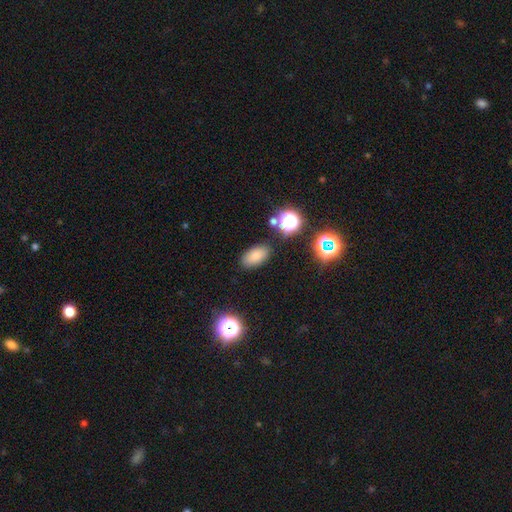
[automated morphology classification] smooth_or_featured: smooth (p=0.77) [alt: star or artifact p=0.14]
how_rounded: in between (p=0.90) [alt: round p=0.07]
merging: none (p=0.84) [alt: minor disturbance p=0.10]